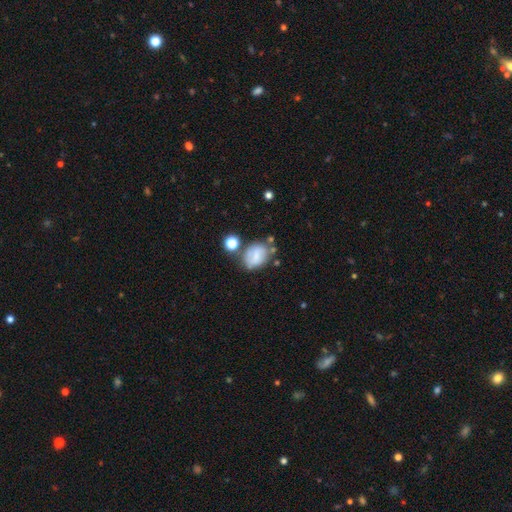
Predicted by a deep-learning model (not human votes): smooth-or-featured: smooth: 60% | featured or disk: 29% | star or artifact: 11%
  how-rounded: in between: 64% | round: 34% | cigar-shaped: 1%
  merging: none: 52% | minor disturbance: 23% | merger: 15% | major disturbance: 10%